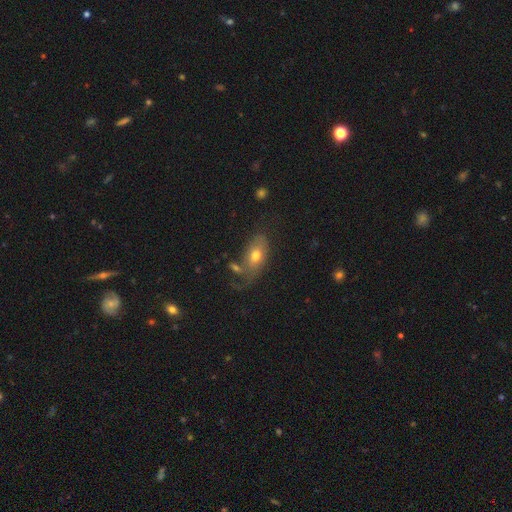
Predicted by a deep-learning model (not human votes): smooth_or_featured: smooth (p=0.64) [alt: featured or disk p=0.27]
how_rounded: in between (p=0.86) [alt: round p=0.09]
merging: none (p=0.46) [alt: minor disturbance p=0.22]